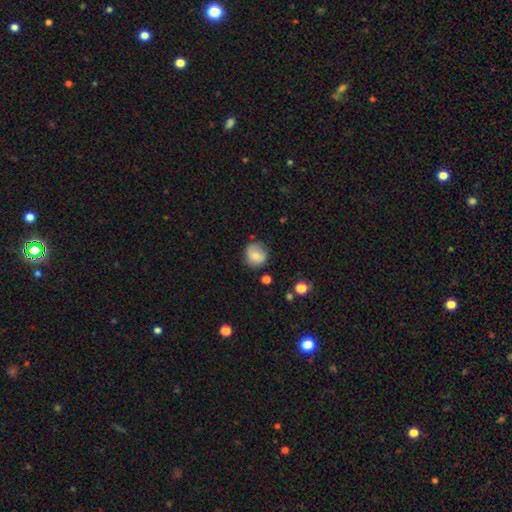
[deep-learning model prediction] smooth 79%, featured or disk 12%, star or artifact 9%. Down the decision tree: how rounded — round (82%); merging — none (74%).